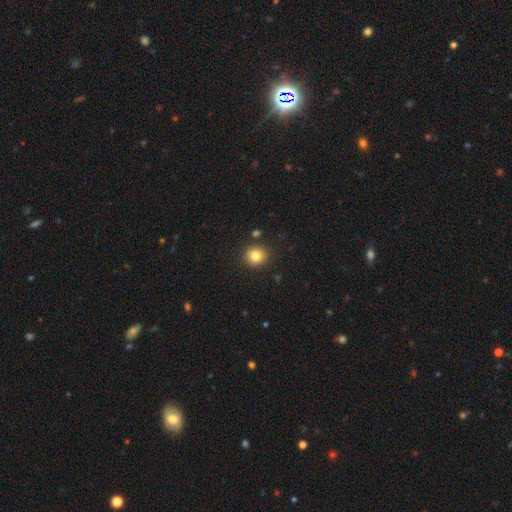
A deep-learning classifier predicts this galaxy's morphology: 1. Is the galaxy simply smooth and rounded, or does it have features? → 81% smooth, 12% star or artifact, 7% featured or disk.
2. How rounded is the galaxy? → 87% round, 12% in between, 1% cigar-shaped.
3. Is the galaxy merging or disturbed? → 89% none, 7% minor disturbance, 3% merger, 2% major disturbance.